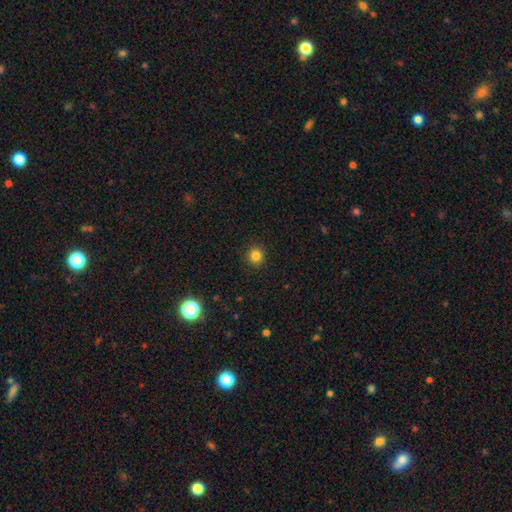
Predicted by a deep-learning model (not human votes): smooth_or_featured: smooth (p=0.83) [alt: star or artifact p=0.12]
how_rounded: round (p=0.91) [alt: in between p=0.08]
merging: none (p=0.92) [alt: minor disturbance p=0.05]